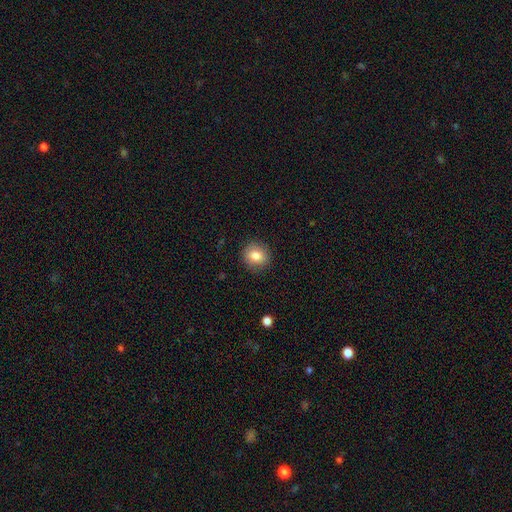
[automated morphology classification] A smooth galaxy with no disk features (83%) that is round (83%). Merging: none (88%).